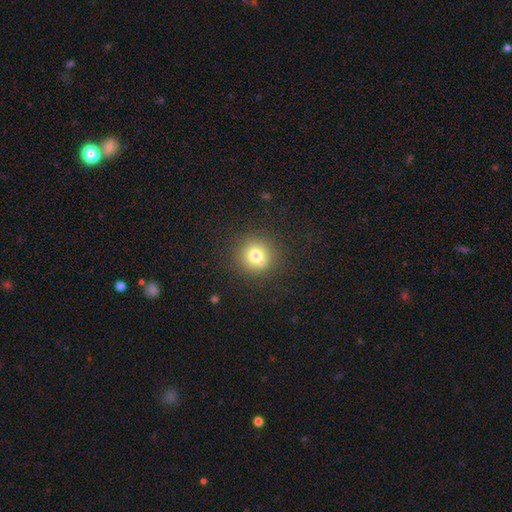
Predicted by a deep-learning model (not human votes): This appears to be a smooth galaxy with no disk features (72%) that is round (93%). Merging: none (73%).